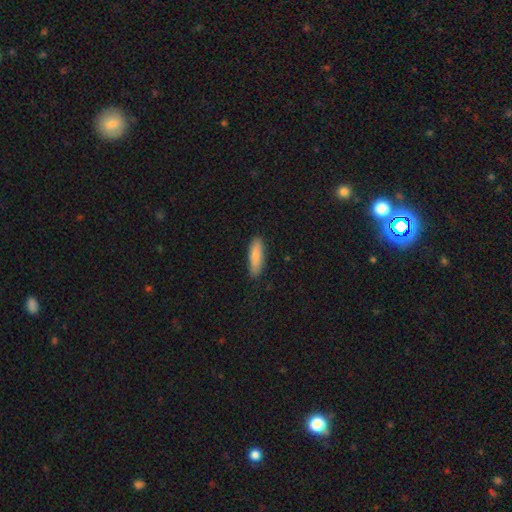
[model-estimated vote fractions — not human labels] Overall: smooth (83%). How rounded: cigar-shaped (57%; in between 41%). Merging: none (86%).